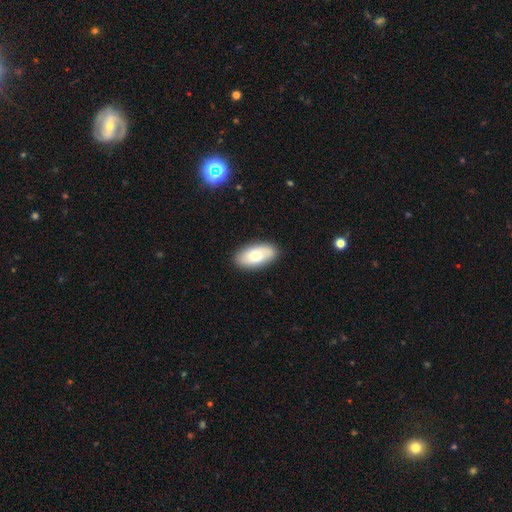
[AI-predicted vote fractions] Smooth or featured? Predicted: smooth (p=0.69). How rounded? Predicted: in between (p=0.93). Merging? Predicted: none (p=0.89).